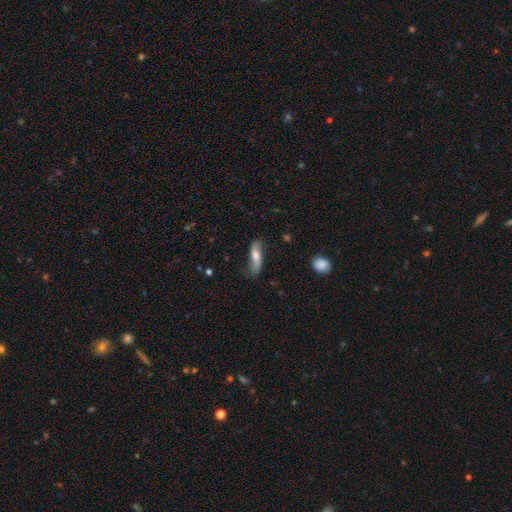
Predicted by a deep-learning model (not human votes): A smooth galaxy with no disk features (58%) that is cigar-shaped (52%). Merging: none (64%).